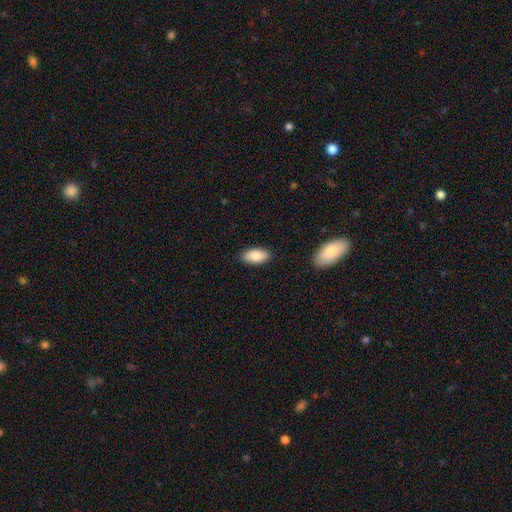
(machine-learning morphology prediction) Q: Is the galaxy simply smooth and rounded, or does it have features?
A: smooth — 87%.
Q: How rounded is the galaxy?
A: in between — 92%.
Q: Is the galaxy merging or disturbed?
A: none — 87%.